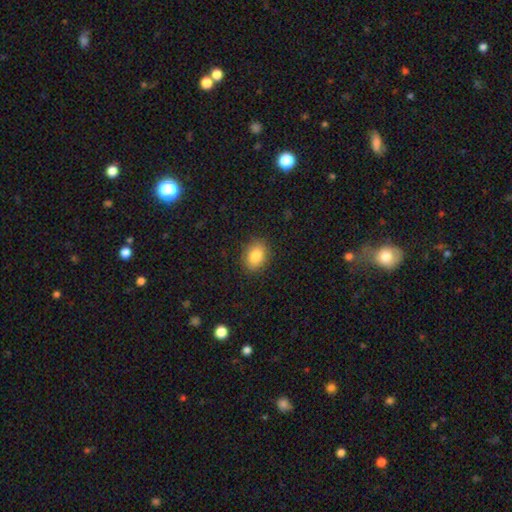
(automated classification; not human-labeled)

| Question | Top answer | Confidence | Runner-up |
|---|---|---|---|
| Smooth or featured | smooth | 85% | star or artifact (8%) |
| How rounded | in between | 77% | round (22%) |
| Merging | none | 87% | minor disturbance (10%) |